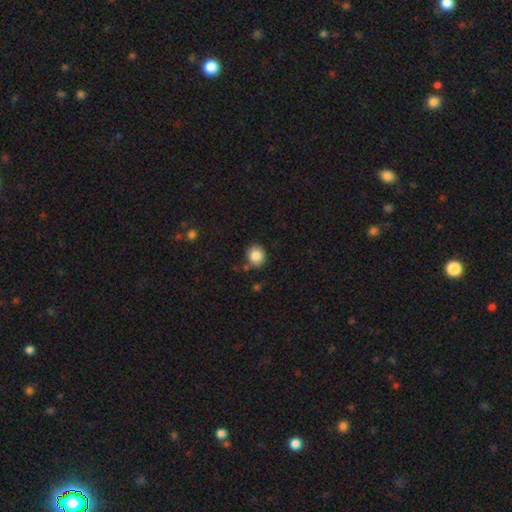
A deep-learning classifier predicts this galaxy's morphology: type=smooth (85%); roundness=round (80%); merging=none (81%).